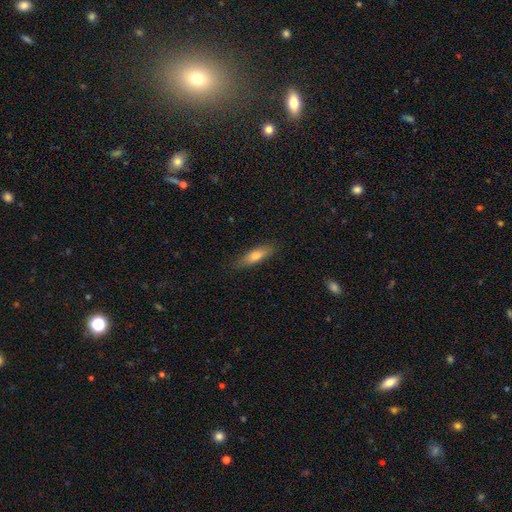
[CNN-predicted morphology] smooth_or_featured: smooth (p=0.71) [alt: featured or disk p=0.23]
how_rounded: cigar-shaped (p=0.62) [alt: in between p=0.35]
merging: none (p=0.84) [alt: minor disturbance p=0.12]